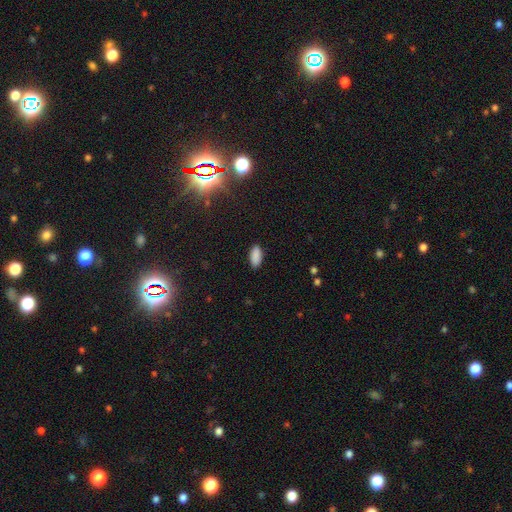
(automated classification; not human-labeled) Overall: smooth (88%). How rounded: in between (89%). Merging: none (89%).